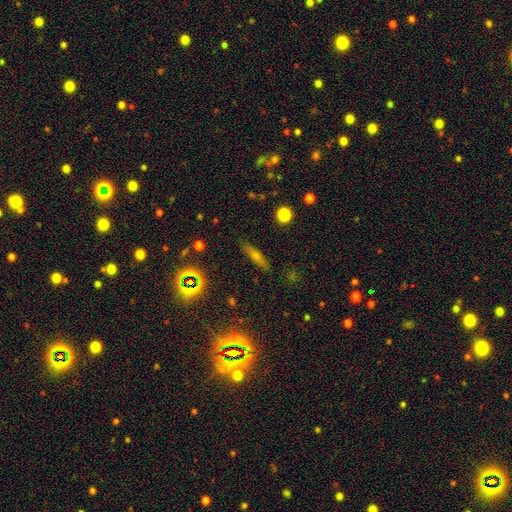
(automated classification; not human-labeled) This appears to be a smooth galaxy with no disk features (48%). Merging: none (85%).